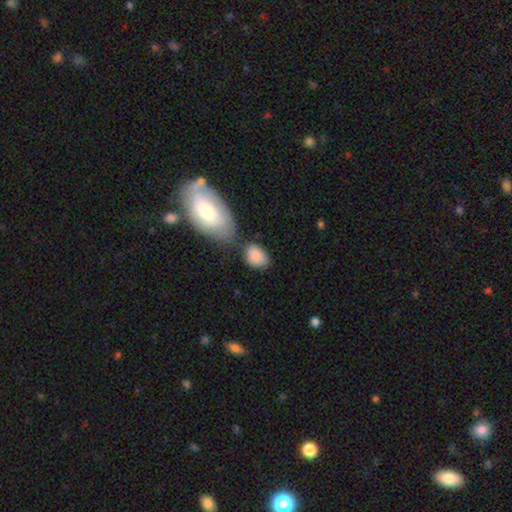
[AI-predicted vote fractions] Smooth or featured: smooth — 85% (featured or disk — 8%)
How rounded: in between — 78% (round — 20%)
Merging: none — 53% (minor disturbance — 22%)